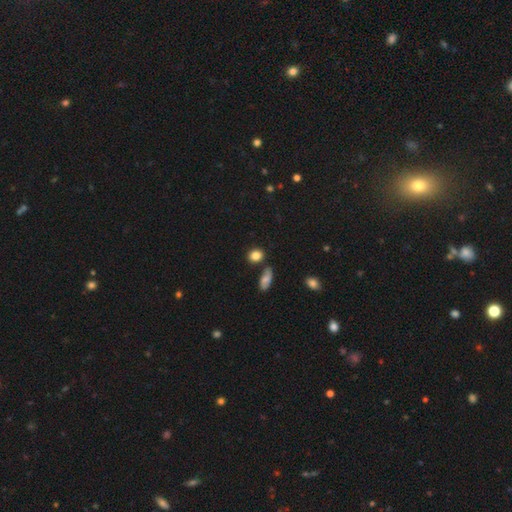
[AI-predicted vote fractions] This appears to be a smooth galaxy with no disk features (84%) that is round (59%). Merging: none (75%).